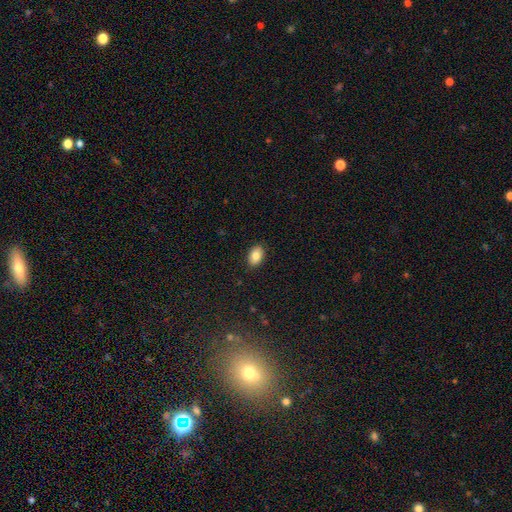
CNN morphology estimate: Q: Smooth or featured?
A: smooth (83%); runner-up: featured or disk (9%)
Q: How rounded?
A: in between (85%); runner-up: round (13%)
Q: Merging?
A: none (88%); runner-up: minor disturbance (9%)